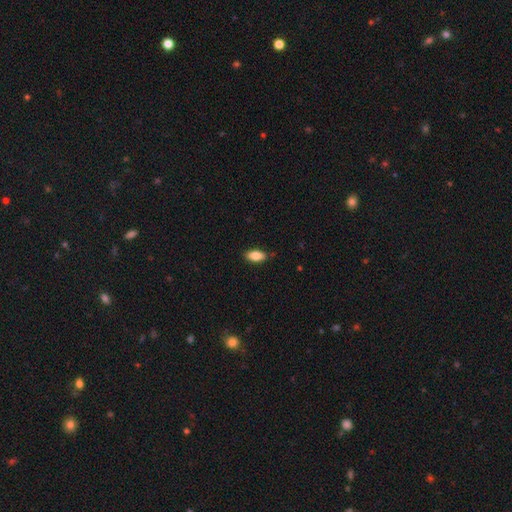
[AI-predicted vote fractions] Smooth or featured? smooth (84%)
How rounded? in between (88%)
Merging? none (84%)